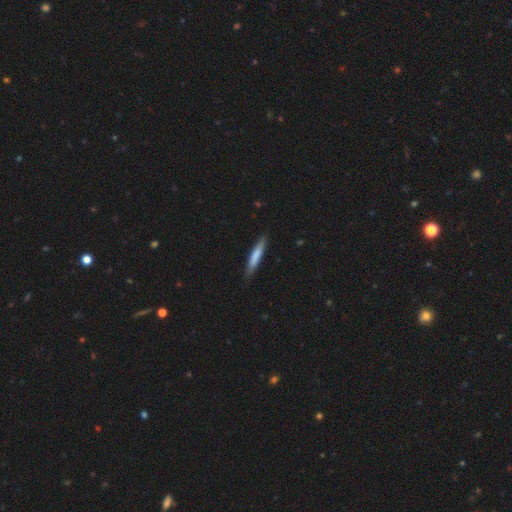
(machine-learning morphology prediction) This appears to be a smooth galaxy with no disk features (74%) that is cigar-shaped (92%). Merging: none (86%).